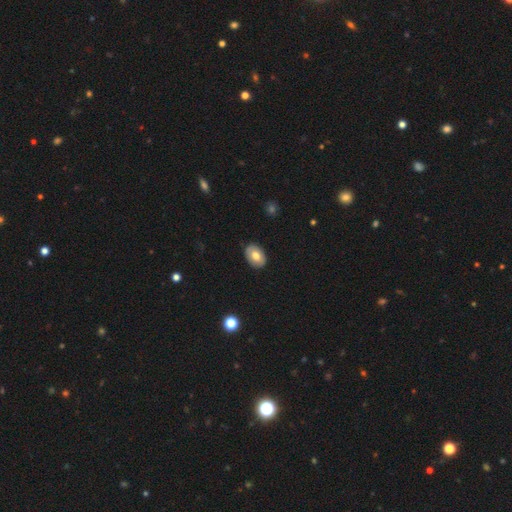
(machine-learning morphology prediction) Smooth or featured? smooth (69%)
How rounded? in between (81%)
Merging? none (87%)